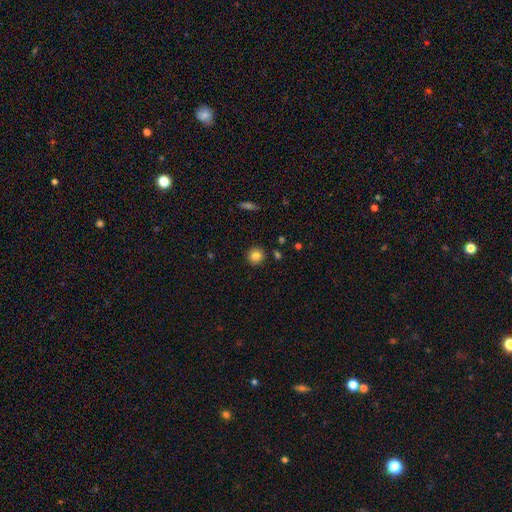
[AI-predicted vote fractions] A smooth galaxy with no disk features (84%) that is round (91%). Merging: none (89%).